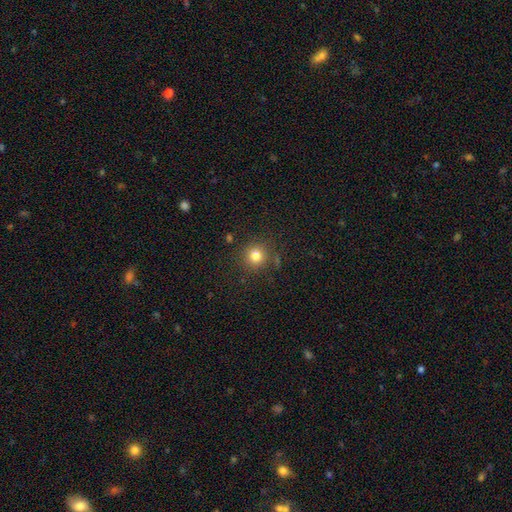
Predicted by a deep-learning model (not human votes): smooth 80%, star or artifact 14%, featured or disk 6%. Down the decision tree: how rounded — round (92%); merging — none (85%).